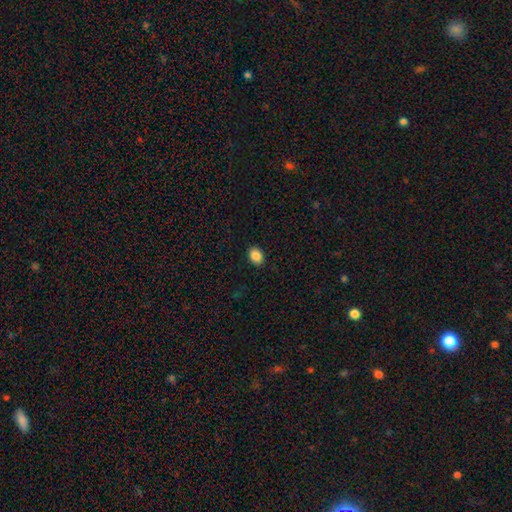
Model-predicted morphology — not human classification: Smooth or featured: smooth — 87% (star or artifact — 9%)
How rounded: in between — 68% (round — 32%)
Merging: none — 90% (minor disturbance — 7%)